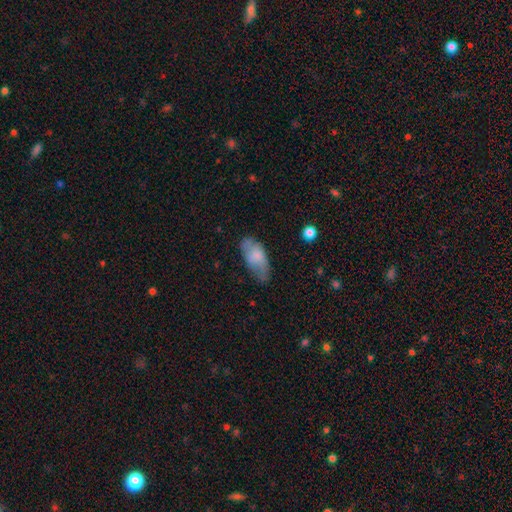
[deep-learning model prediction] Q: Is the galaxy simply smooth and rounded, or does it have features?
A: smooth — 71%.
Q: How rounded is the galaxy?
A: in between — 90%.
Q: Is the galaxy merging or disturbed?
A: none — 57%.